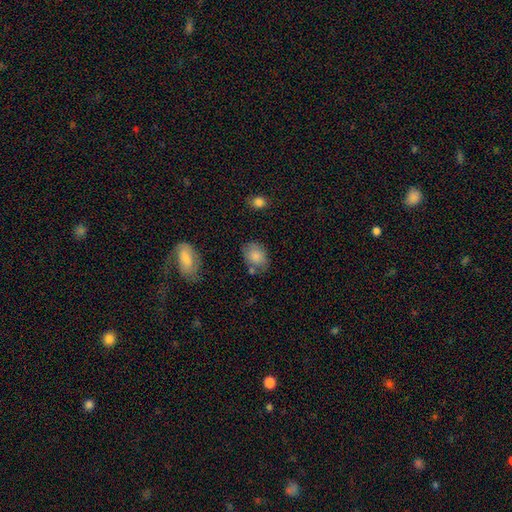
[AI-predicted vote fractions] A smooth galaxy with no disk features (83%) that is in between round and cigar-shaped (76%). Merging: none (66%).